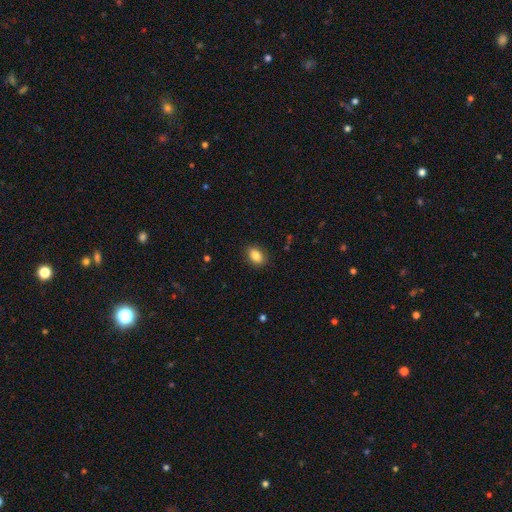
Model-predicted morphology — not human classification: smooth 85%, star or artifact 8%, featured or disk 6%. Down the decision tree: how rounded — in between (80%); merging — none (85%).